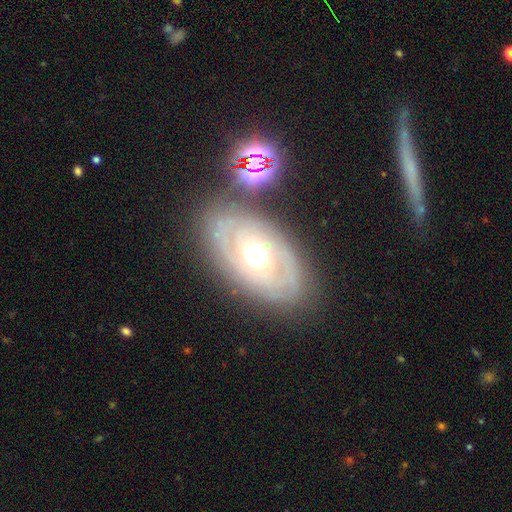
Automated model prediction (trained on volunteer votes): Q: Smooth or featured?
A: featured or disk (72%); runner-up: smooth (20%)
Q: Edge-on disk?
A: no (92%); runner-up: yes (8%)
Q: Bar?
A: no (73%); runner-up: weak (19%)
Q: Spiral arms?
A: yes (55%); runner-up: no (45%)
Q: Bulge size?
A: moderate (53%); runner-up: large (36%)
Q: Merging?
A: none (73%); runner-up: minor disturbance (14%)